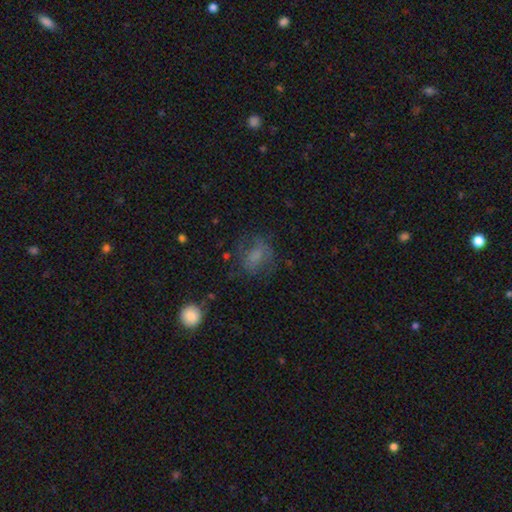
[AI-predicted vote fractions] smooth-or-featured: smooth: 58% | featured or disk: 27% | star or artifact: 15%
  how-rounded: in between: 50% | round: 48% | cigar-shaped: 2%
  merging: none: 55% | major disturbance: 22% | minor disturbance: 21% | merger: 2%